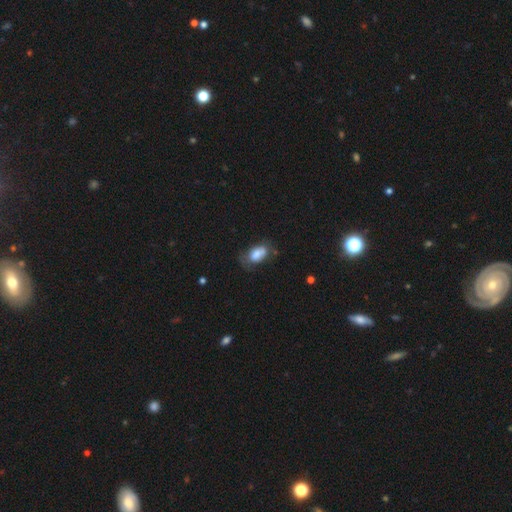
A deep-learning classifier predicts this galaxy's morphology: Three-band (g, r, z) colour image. It shows a smooth galaxy with no disk features (70%) that is in between round and cigar-shaped (89%). Merging: none (45%).